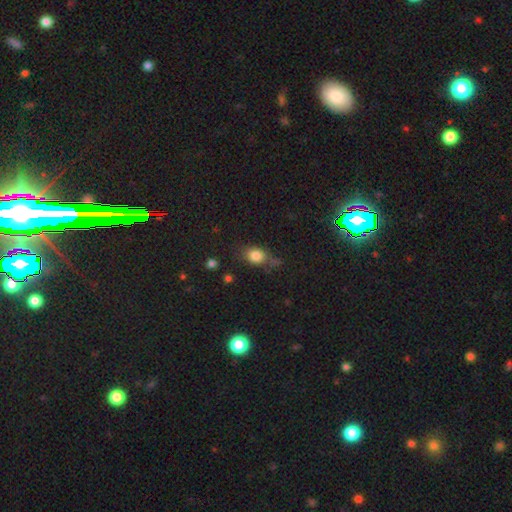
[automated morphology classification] Smooth or featured? smooth (81%)
How rounded? in between (56%)
Merging? none (60%)